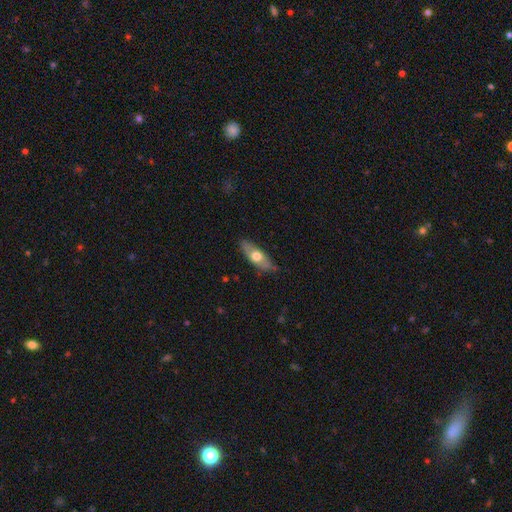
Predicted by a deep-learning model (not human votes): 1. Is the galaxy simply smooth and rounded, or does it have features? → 57% smooth, 37% featured or disk, 6% star or artifact.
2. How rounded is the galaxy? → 66% in between, 31% cigar-shaped, 3% round.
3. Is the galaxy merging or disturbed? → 81% none, 15% minor disturbance, 3% major disturbance, 1% merger.